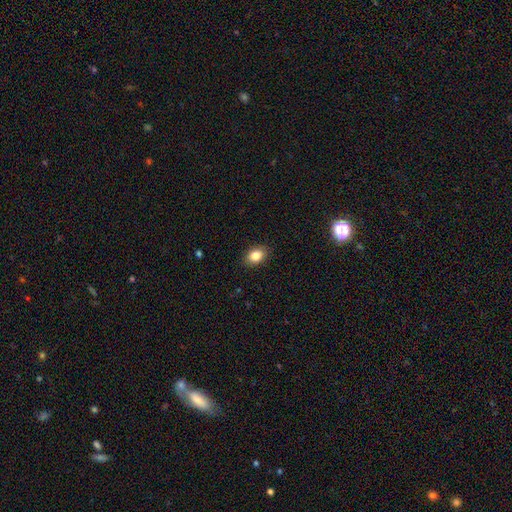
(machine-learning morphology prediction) This appears to be a smooth galaxy with no disk features (85%) that is in between round and cigar-shaped (78%). Merging: none (88%).